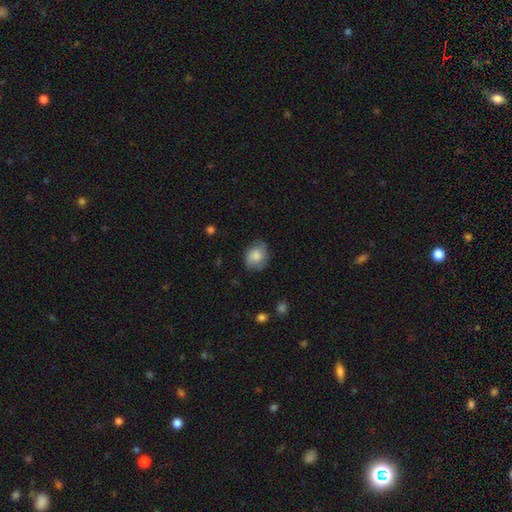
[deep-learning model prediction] smooth-or-featured: smooth: 77% | featured or disk: 15% | star or artifact: 7%
  how-rounded: round: 53% | in between: 46% | cigar-shaped: 1%
  merging: none: 70% | minor disturbance: 23% | major disturbance: 6% | merger: 1%